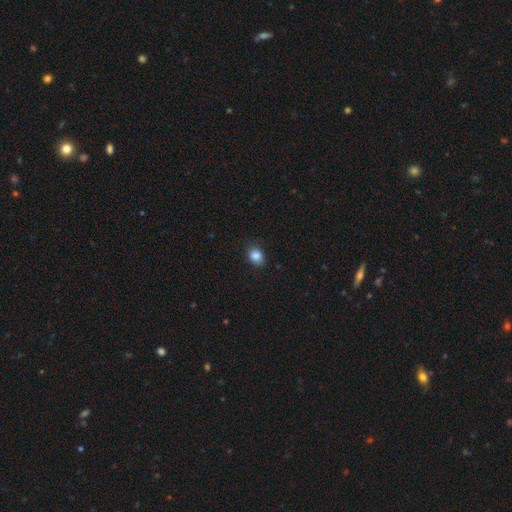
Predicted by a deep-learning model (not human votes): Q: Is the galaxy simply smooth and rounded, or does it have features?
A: smooth — 86%.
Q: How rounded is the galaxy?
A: in between — 52%.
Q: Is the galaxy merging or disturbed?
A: none — 81%.